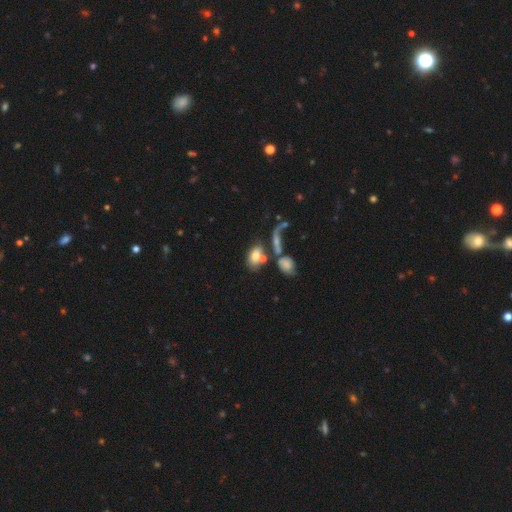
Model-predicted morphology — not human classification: A smooth galaxy with no disk features (62%) that is in between round and cigar-shaped (85%). Merging: merger (44%).